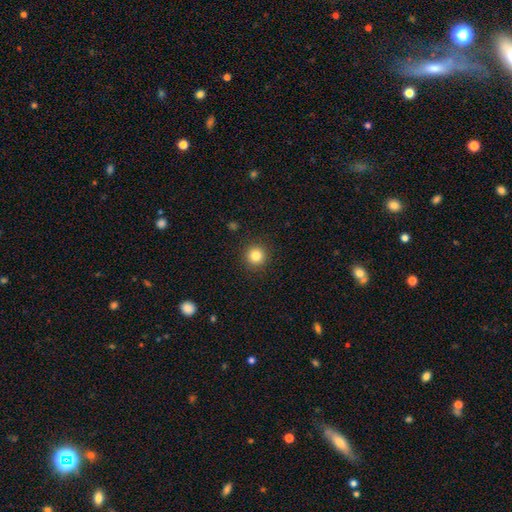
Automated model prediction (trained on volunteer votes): The model was most divided on "smooth or featured": smooth: 83%, star or artifact: 11%, featured or disk: 5%. More confident: how rounded — round (95%); merging — none (92%).